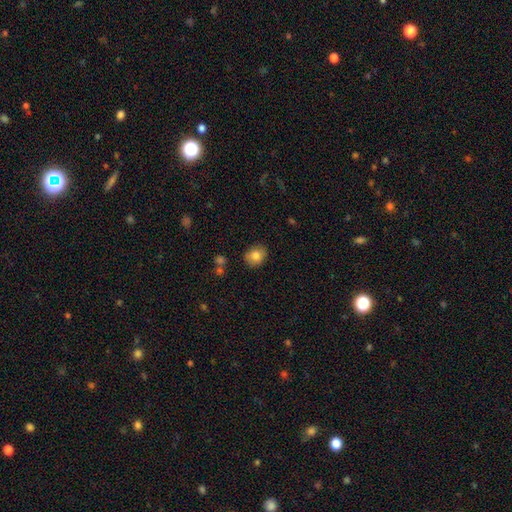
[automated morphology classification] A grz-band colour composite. It shows a smooth galaxy with no disk features (82%) that is round (59%). Merging: none (85%).